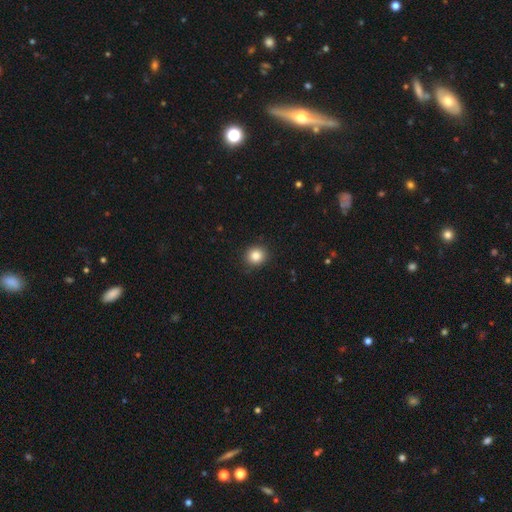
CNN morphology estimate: Q: Smooth or featured?
A: smooth (85%); runner-up: star or artifact (10%)
Q: How rounded?
A: round (86%); runner-up: in between (13%)
Q: Merging?
A: none (91%); runner-up: minor disturbance (6%)